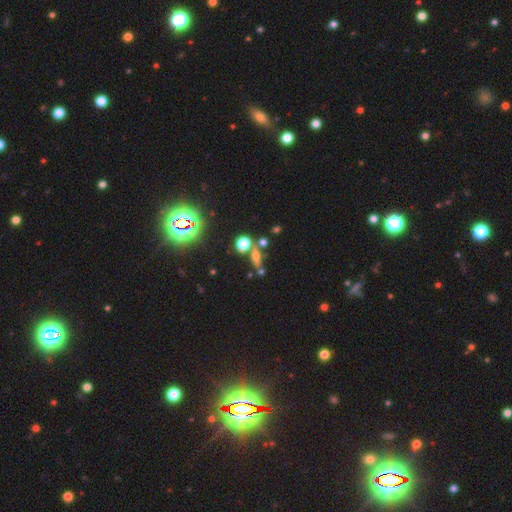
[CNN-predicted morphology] A smooth galaxy with no disk features (46%). Merging: none (58%).